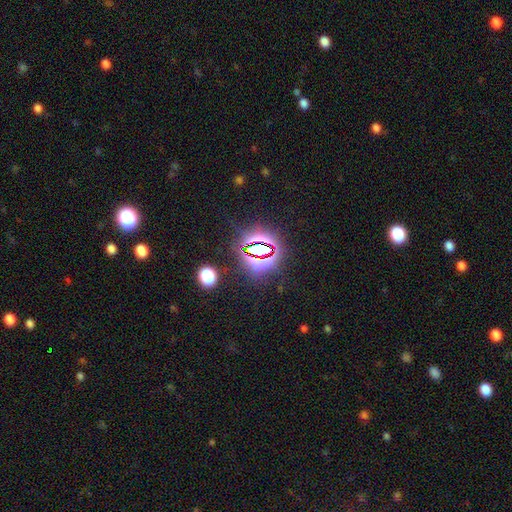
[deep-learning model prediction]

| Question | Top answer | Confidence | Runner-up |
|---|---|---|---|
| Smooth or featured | star or artifact | 79% | smooth (12%) |